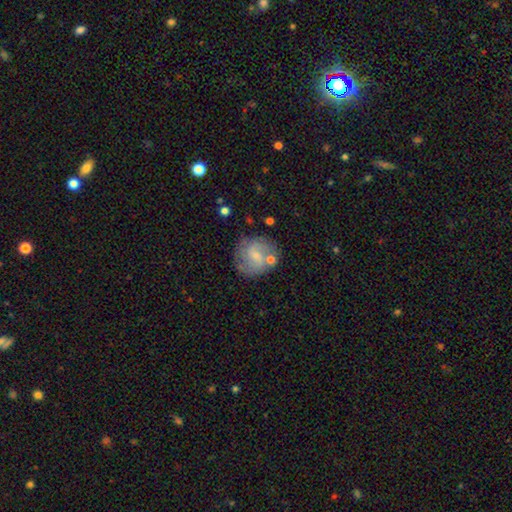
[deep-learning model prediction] Smooth or featured?
  - featured or disk: 47% *
  - smooth: 45%
  - star or artifact: 8%
Merging?
  - none: 65% *
  - minor disturbance: 18%
  - merger: 9%
  - major disturbance: 8%